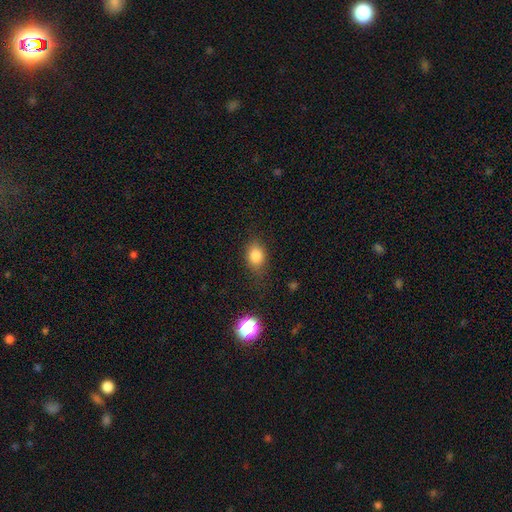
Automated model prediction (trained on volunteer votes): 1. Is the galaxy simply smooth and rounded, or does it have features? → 81% smooth, 11% star or artifact, 7% featured or disk.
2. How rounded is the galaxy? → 64% in between, 34% round, 2% cigar-shaped.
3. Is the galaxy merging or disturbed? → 76% none, 17% minor disturbance, 6% major disturbance, 2% merger.